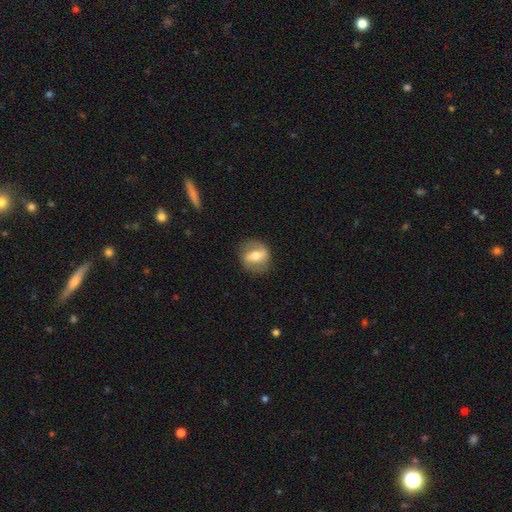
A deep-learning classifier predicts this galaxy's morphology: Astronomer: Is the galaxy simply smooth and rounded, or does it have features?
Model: featured or disk — 58% (runner-up: smooth, 35%).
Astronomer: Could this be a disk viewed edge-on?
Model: no — 93%.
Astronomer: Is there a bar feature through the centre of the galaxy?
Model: strong — 49% (runner-up: weak, 34%).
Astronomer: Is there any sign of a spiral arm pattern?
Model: yes — 63%.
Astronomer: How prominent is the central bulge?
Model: moderate — 65%.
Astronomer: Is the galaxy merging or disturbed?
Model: none — 80%.